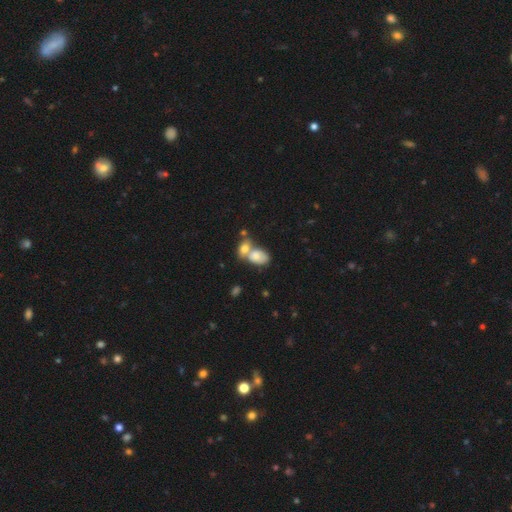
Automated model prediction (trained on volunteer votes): Overall: smooth (71%). How rounded: in between (85%). Merging: merger (63%).